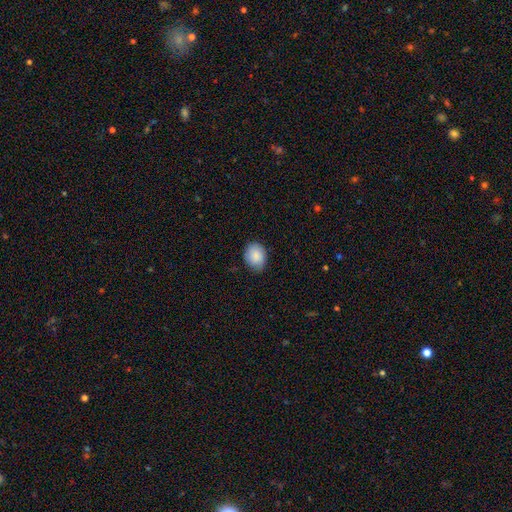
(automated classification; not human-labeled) Smooth or featured? smooth (88%)
How rounded? in between (55%)
Merging? none (76%)